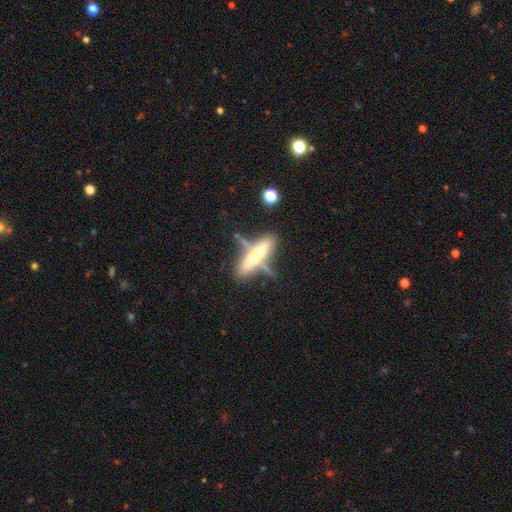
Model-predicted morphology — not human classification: smooth-or-featured: featured or disk: 56% | smooth: 38% | star or artifact: 7%
  disk-edge-on: yes: 88% | no: 12%
  merging: none: 56% | minor disturbance: 20% | merger: 14% | major disturbance: 10%